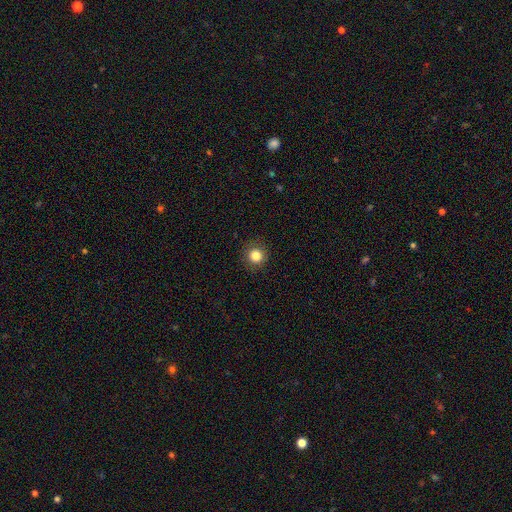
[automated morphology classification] Smooth or featured? smooth (84%)
How rounded? round (93%)
Merging? none (90%)